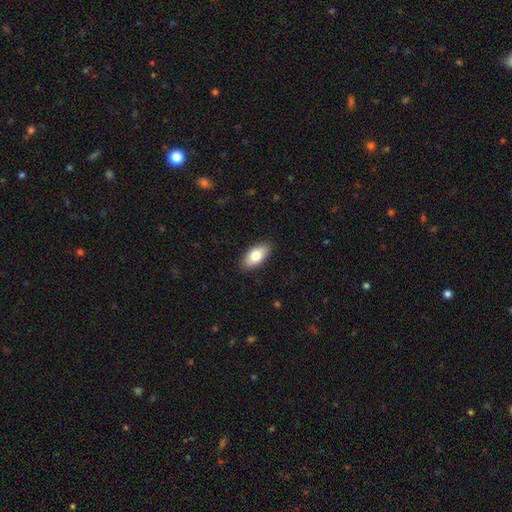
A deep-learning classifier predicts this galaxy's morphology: Smooth or featured?
  - smooth: 79% *
  - featured or disk: 15%
  - star or artifact: 6%
How rounded?
  - in between: 91% *
  - cigar-shaped: 6%
  - round: 3%
Merging?
  - none: 87% *
  - minor disturbance: 10%
  - major disturbance: 2%
  - merger: 1%